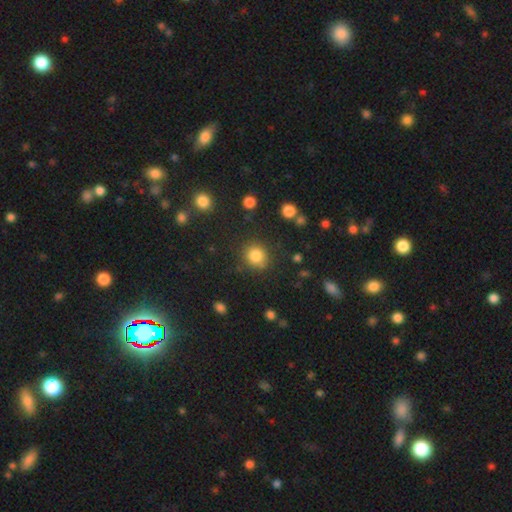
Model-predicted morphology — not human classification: Smooth or featured? smooth (84%)
How rounded? round (83%)
Merging? none (81%)